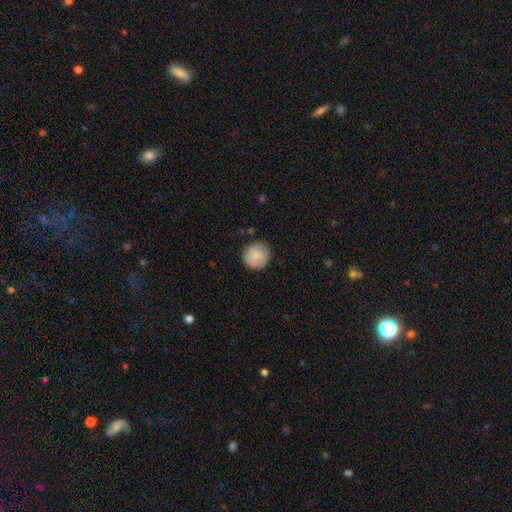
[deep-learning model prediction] Morphology: type=smooth (82%); roundness=round (92%); merging=none (80%).